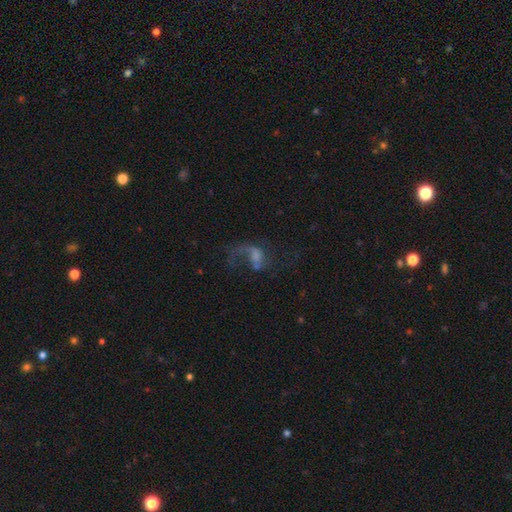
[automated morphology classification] Smooth or featured: featured or disk — 67% (smooth — 18%)
Edge-on disk: no — 96% (yes — 4%)
Bar: no — 56% (weak — 36%)
Spiral arms: yes — 82% (no — 18%)
Spiral winding: loose — 75% (medium — 20%)
Spiral arm count: 1 — 56% (2 — 35%)
Bulge size: small — 32% (none — 30%)
Merging: major disturbance — 41% (none — 39%)